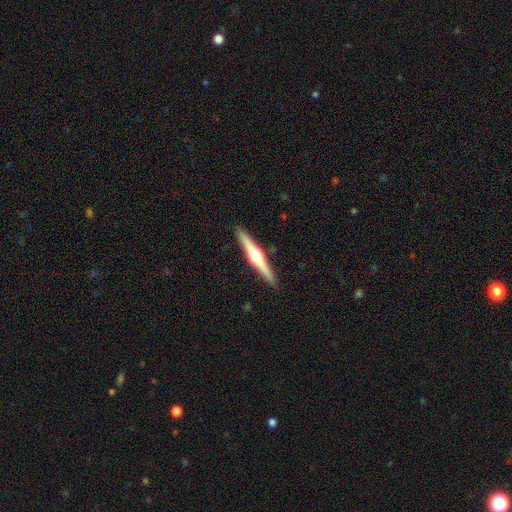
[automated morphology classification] The model was most divided on "smooth or featured": featured or disk: 74%, smooth: 22%, star or artifact: 5%. More confident: edge-on disk — yes (98%); edge-on bulge — rounded (93%); merging — none (91%).